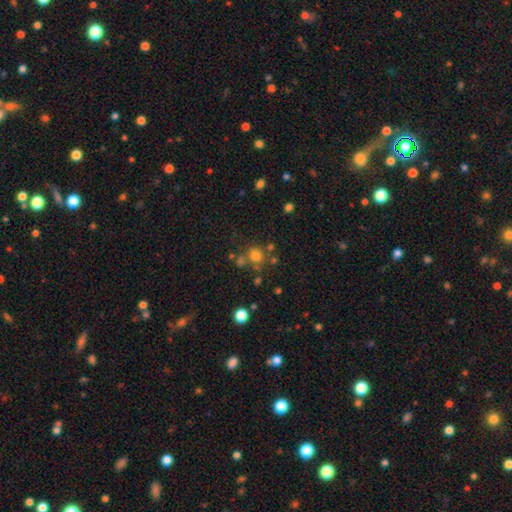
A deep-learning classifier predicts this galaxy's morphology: Smooth or featured: smooth — 70% (star or artifact — 19%)
How rounded: round — 85% (in between — 14%)
Merging: none — 63% (merger — 20%)